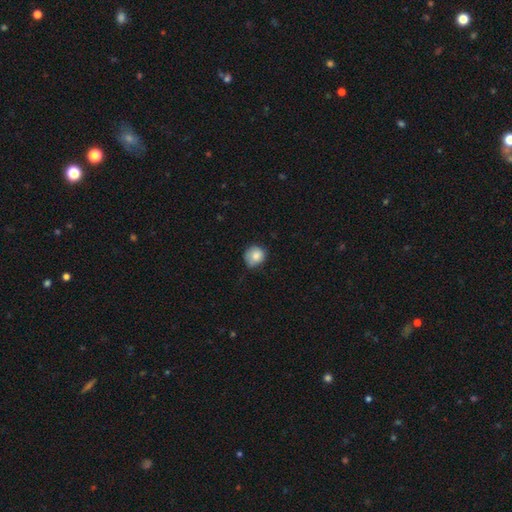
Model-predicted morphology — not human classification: type=smooth (82%); roundness=round (82%); merging=none (60%).